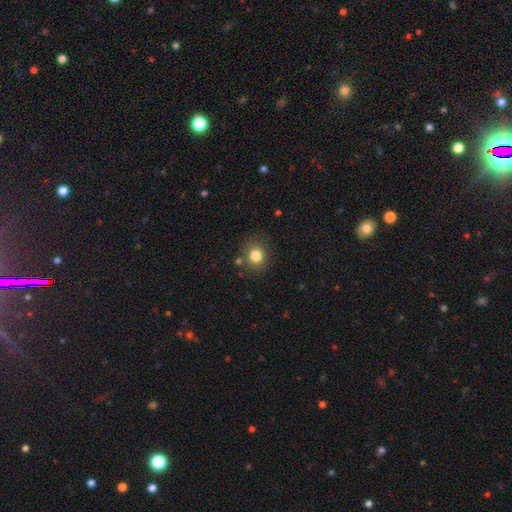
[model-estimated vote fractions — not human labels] smooth 81%, star or artifact 12%, featured or disk 7%. Down the decision tree: how rounded — round (77%); merging — none (81%).